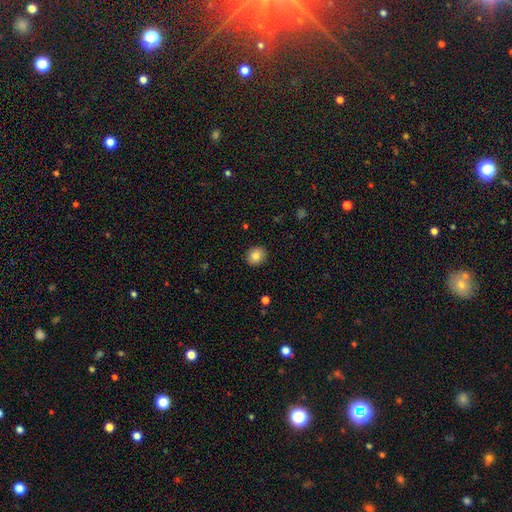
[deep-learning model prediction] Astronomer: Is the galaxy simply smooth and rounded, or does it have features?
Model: smooth — 84%.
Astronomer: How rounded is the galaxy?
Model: round — 77%.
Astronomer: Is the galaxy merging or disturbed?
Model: none — 91%.